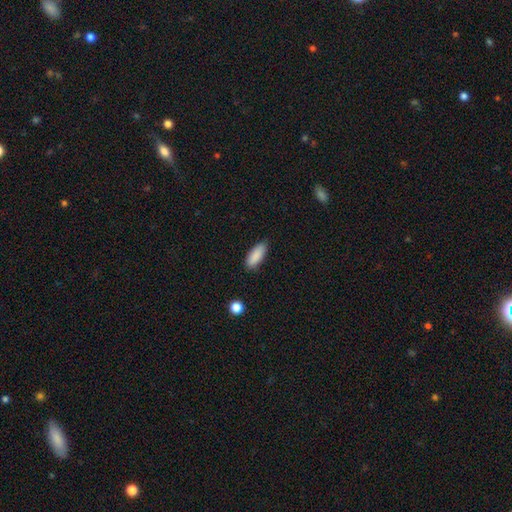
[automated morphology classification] Overall: smooth (89%). How rounded: in between (75%). Merging: none (83%).